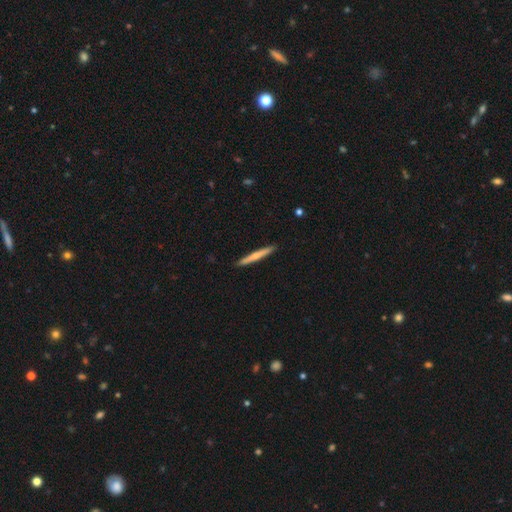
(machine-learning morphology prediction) smooth_or_featured: smooth (p=0.53) [alt: featured or disk p=0.42]
how_rounded: cigar-shaped (p=0.96) [alt: in between p=0.03]
merging: none (p=0.91) [alt: minor disturbance p=0.07]